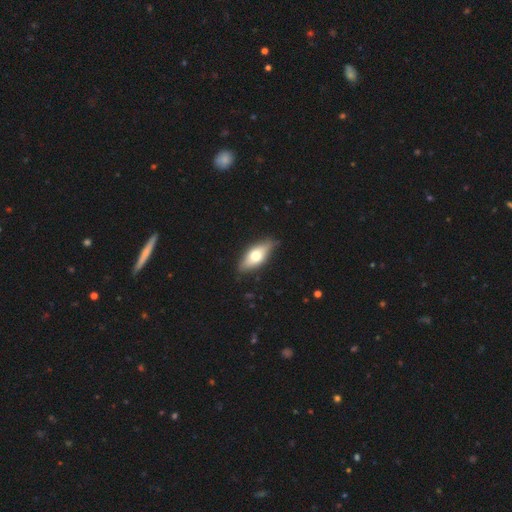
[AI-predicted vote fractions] The model was most divided on "smooth or featured": smooth: 61%, featured or disk: 33%, star or artifact: 6%. More confident: merging — none (81%); how rounded — in between (77%).